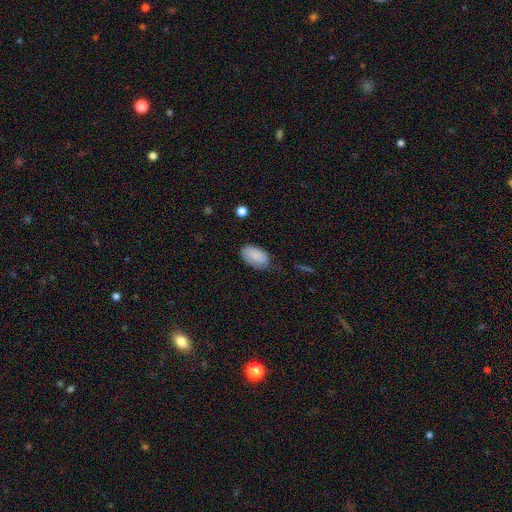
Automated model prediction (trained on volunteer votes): Morphology: type=smooth (85%); roundness=in between (94%); merging=none (61%).